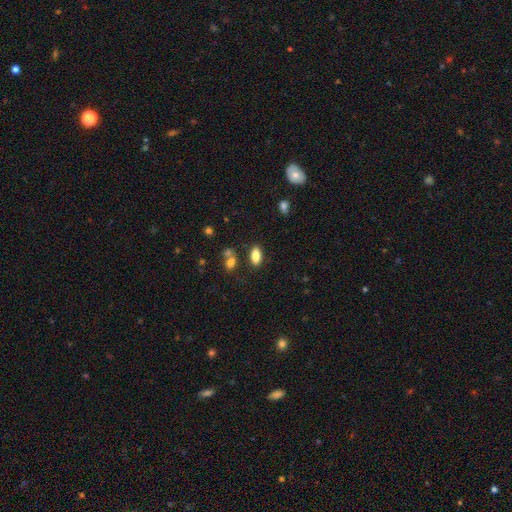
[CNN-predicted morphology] Smooth or featured?
  - smooth: 83% *
  - star or artifact: 9%
  - featured or disk: 8%
How rounded?
  - in between: 88% *
  - cigar-shaped: 9%
  - round: 3%
Merging?
  - none: 79% *
  - minor disturbance: 11%
  - merger: 7%
  - major disturbance: 3%